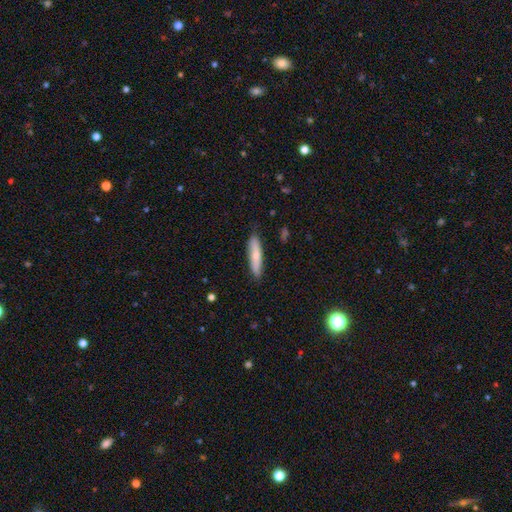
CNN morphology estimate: This is likely a smooth galaxy (70%). How rounded: clearly cigar-shaped (81%). Merging: clearly none (85%).